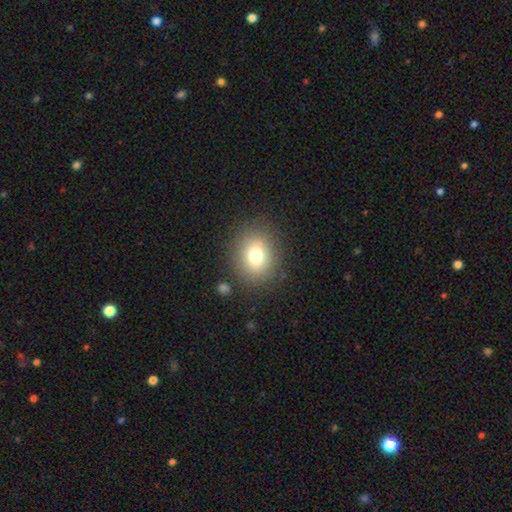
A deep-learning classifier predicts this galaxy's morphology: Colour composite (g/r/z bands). It shows a smooth galaxy with no disk features (75%) that is round (69%). Merging: none (84%).